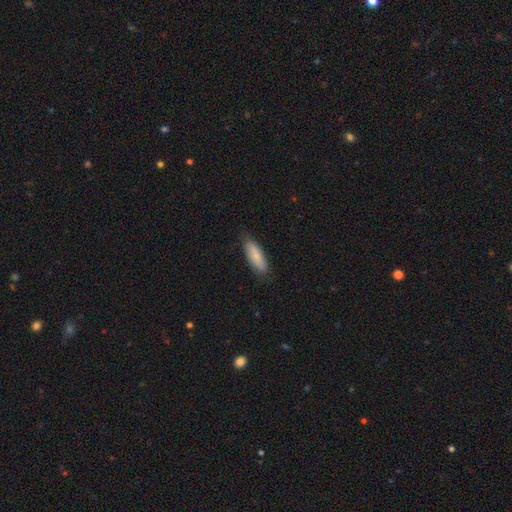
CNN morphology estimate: smooth_or_featured: smooth (p=0.77) [alt: featured or disk p=0.17]
how_rounded: in between (p=0.58) [alt: cigar-shaped p=0.40]
merging: none (p=0.82) [alt: minor disturbance p=0.15]